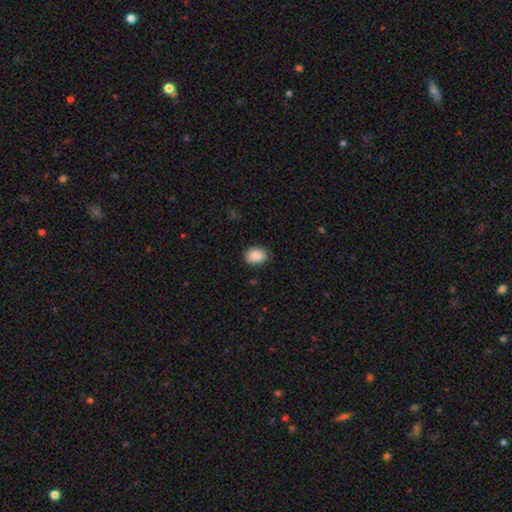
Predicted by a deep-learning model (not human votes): Overall: smooth (89%). How rounded: in between (60%; round 39%). Merging: none (85%).